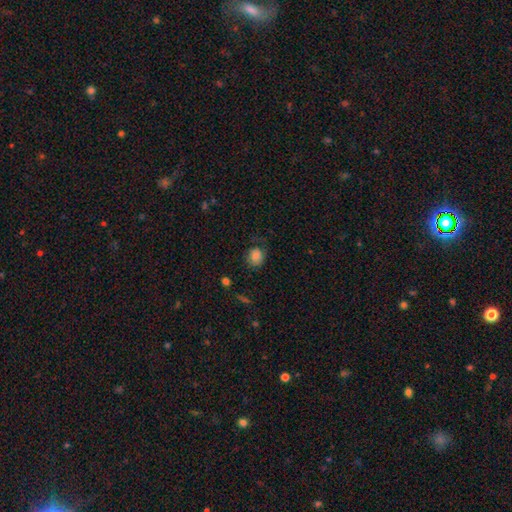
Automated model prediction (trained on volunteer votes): Smooth or featured? Predicted: smooth (p=0.81). How rounded? Predicted: round (p=0.78). Merging? Predicted: none (p=0.63).